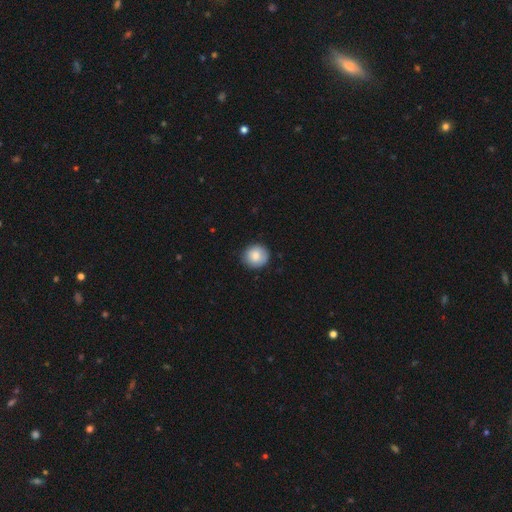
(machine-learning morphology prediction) A smooth galaxy with no disk features (82%) that is round (88%). Merging: none (85%).